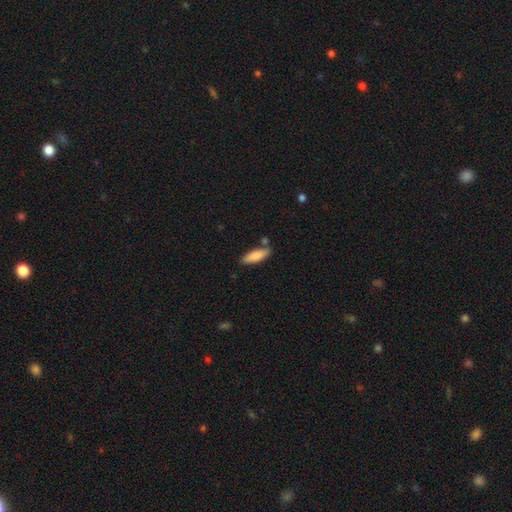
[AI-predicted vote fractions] A smooth galaxy with no disk features (81%) that is in between round and cigar-shaped (53%). Merging: none (76%).